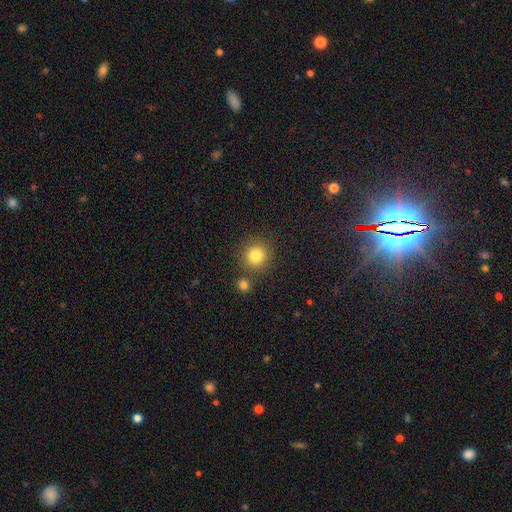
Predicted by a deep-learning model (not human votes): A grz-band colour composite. It shows a smooth galaxy with no disk features (82%) that is round (92%). Merging: none (81%).